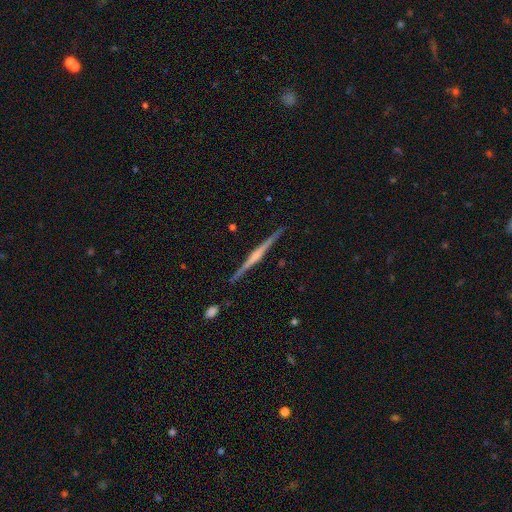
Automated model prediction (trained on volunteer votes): featured or disk 80%, smooth 15%, star or artifact 5%. Down the decision tree: edge-on disk — yes (98%); edge-on bulge — rounded (55%); merging — none (91%).